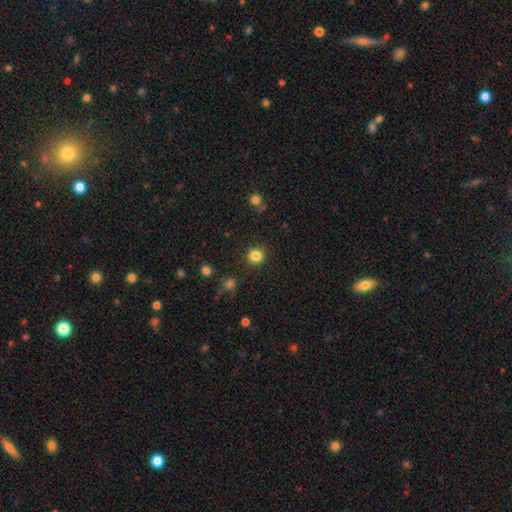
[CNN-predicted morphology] Smooth or featured? smooth (84%)
How rounded? round (91%)
Merging? none (90%)